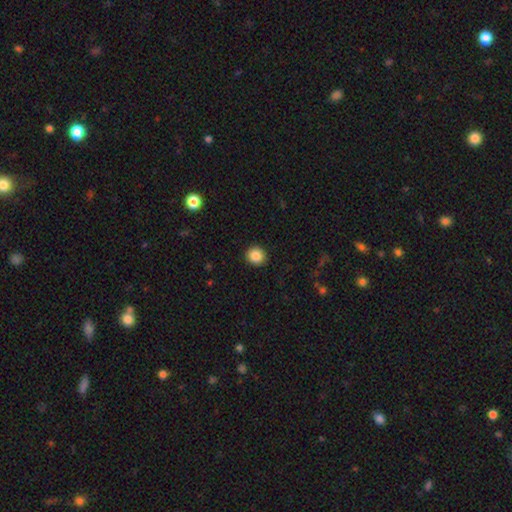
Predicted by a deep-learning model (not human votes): smooth_or_featured: smooth (p=0.87) [alt: star or artifact p=0.09]
how_rounded: round (p=0.87) [alt: in between p=0.12]
merging: none (p=0.91) [alt: minor disturbance p=0.06]